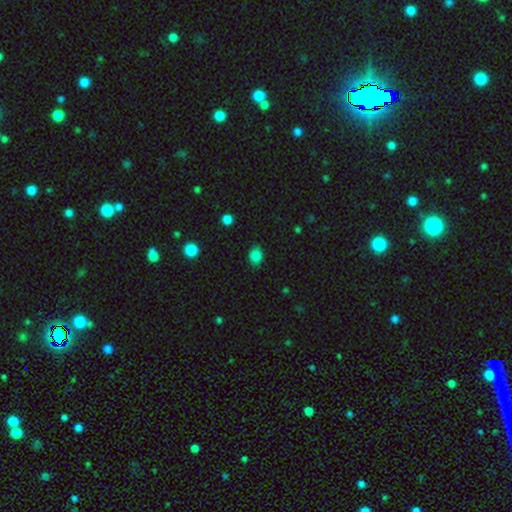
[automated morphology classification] smooth_or_featured: smooth (p=0.84) [alt: star or artifact p=0.11]
how_rounded: in between (p=0.60) [alt: round p=0.39]
merging: none (p=0.83) [alt: minor disturbance p=0.13]